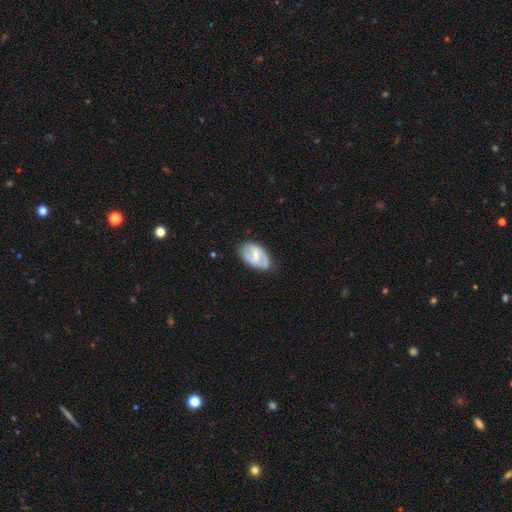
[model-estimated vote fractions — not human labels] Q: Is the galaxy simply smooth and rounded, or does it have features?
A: featured or disk — 56%.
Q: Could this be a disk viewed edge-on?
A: no — 94%.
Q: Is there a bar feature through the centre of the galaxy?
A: strong — 44%.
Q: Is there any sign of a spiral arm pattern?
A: yes — 52%.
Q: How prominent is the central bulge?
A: small — 41%.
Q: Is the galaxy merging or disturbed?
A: none — 72%.